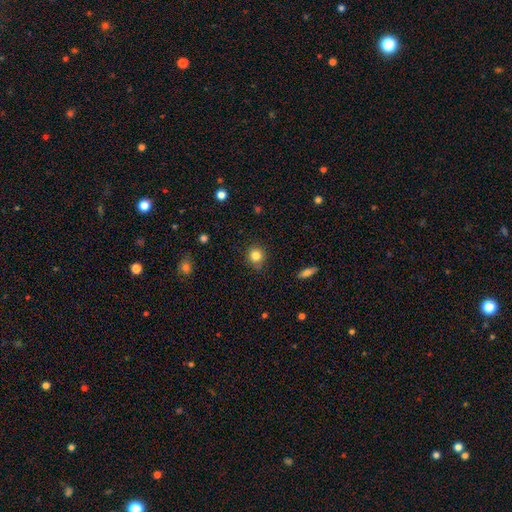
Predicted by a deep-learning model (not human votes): This is clearly a smooth galaxy (83%). How rounded: clearly round (87%). Merging: clearly none (83%).